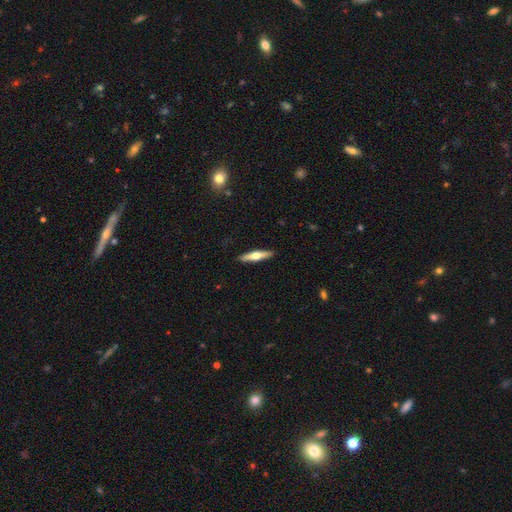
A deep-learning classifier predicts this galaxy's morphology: Q: Smooth or featured?
A: featured or disk (53%); runner-up: smooth (42%)
Q: Edge-on disk?
A: yes (93%); runner-up: no (7%)
Q: Merging?
A: none (91%); runner-up: minor disturbance (7%)